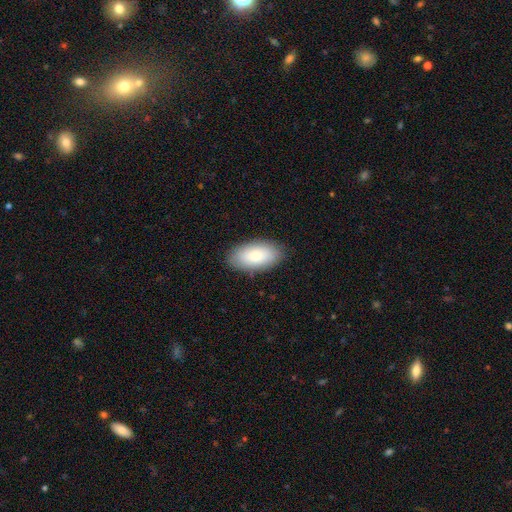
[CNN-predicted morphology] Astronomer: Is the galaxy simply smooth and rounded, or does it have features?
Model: smooth — 76%.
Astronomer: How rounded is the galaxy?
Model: in between — 94%.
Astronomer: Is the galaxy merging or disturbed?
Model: none — 86%.